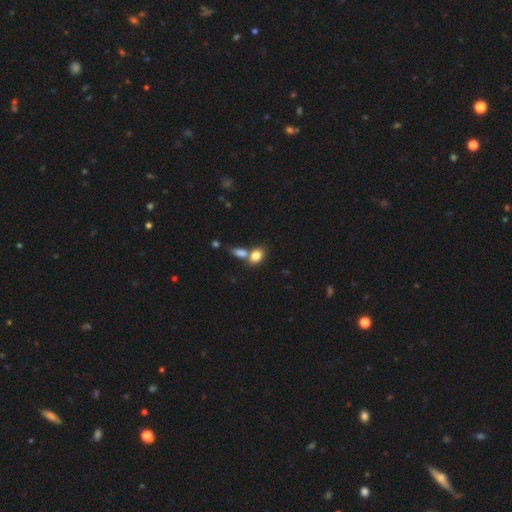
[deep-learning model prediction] smooth-or-featured: smooth: 82% | featured or disk: 10% | star or artifact: 9%
  how-rounded: in between: 74% | round: 24% | cigar-shaped: 2%
  merging: merger: 48% | none: 39% | minor disturbance: 10% | major disturbance: 4%